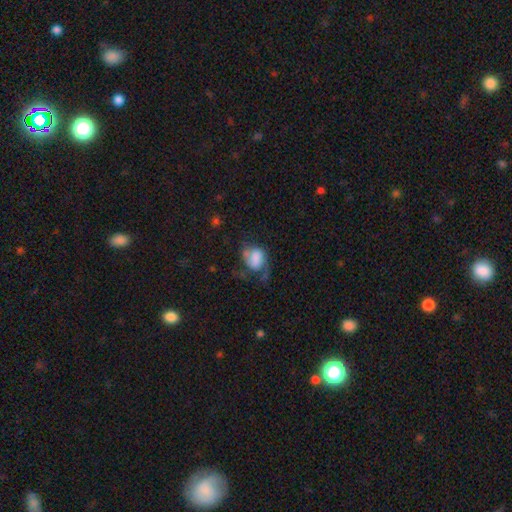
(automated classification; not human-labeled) Smooth or featured: smooth — 47% (featured or disk — 44%)
Merging: major disturbance — 36% (none — 33%)